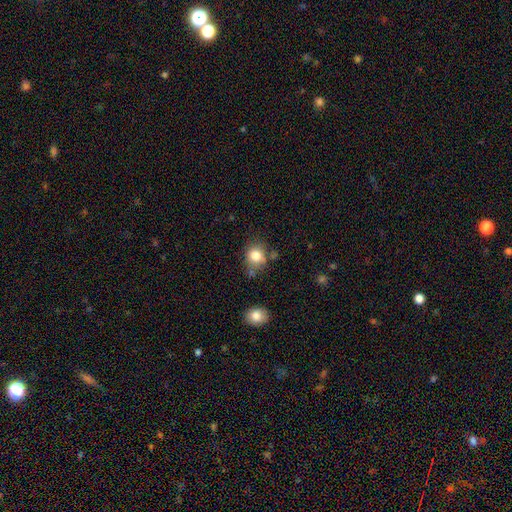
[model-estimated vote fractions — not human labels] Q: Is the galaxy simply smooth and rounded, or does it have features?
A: smooth — 83%.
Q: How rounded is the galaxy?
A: round — 72%.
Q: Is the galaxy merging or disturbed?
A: none — 65%.